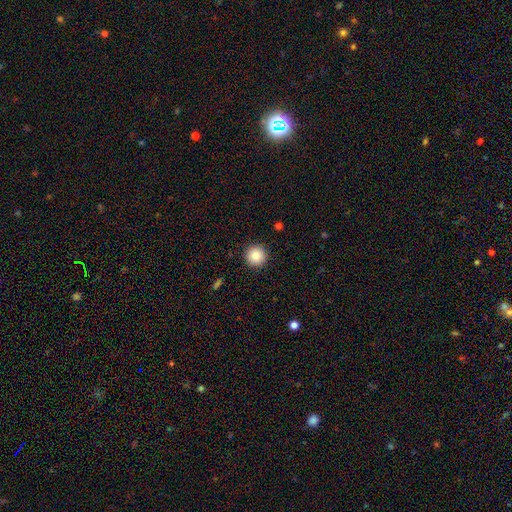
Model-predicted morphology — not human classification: smooth_or_featured: smooth (p=0.85) [alt: star or artifact p=0.09]
how_rounded: round (p=0.96) [alt: in between p=0.03]
merging: none (p=0.93) [alt: minor disturbance p=0.05]